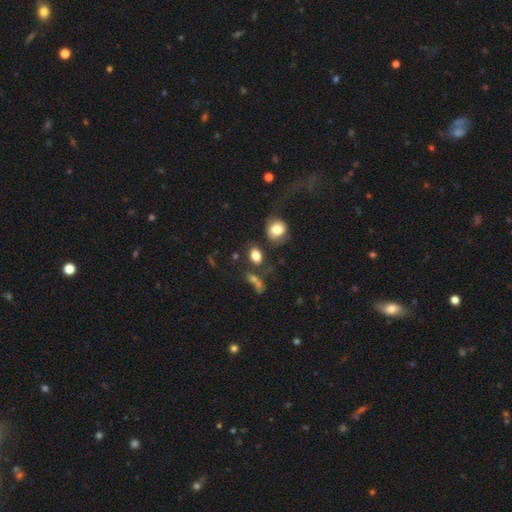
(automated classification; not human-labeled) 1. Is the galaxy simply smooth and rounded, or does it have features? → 81% smooth, 11% star or artifact, 8% featured or disk.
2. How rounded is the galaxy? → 66% in between, 32% round, 2% cigar-shaped.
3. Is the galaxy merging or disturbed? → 64% none, 15% minor disturbance, 13% merger, 7% major disturbance.